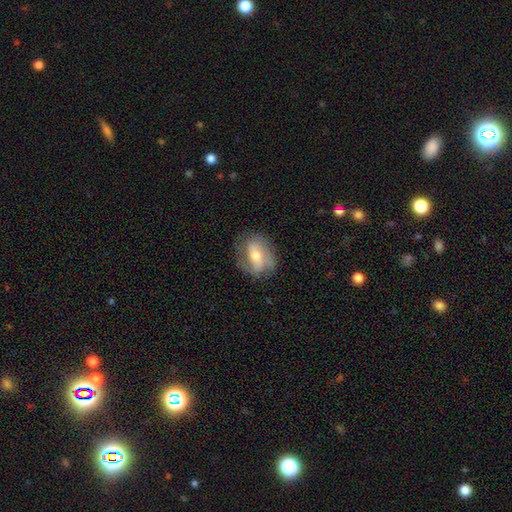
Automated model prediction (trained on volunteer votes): Overall: featured or disk (61%; smooth 32%). Edge-on disk: no (93%). Bar: weak (38%; no 31%). Spiral arms: yes (78%). Bulge size: moderate (62%; small 29%). Merging: none (70%).